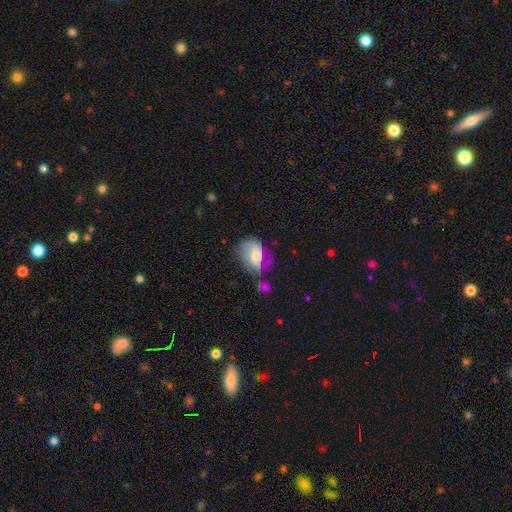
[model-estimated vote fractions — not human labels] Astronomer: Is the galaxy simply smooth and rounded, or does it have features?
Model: featured or disk — 55% (runner-up: smooth, 38%).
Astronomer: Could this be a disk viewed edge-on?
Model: no — 97%.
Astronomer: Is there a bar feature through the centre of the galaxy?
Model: no — 52% (runner-up: weak, 38%).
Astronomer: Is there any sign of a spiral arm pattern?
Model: yes — 82%.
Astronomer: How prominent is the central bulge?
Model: moderate — 46% (runner-up: small, 34%).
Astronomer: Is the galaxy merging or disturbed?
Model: none — 46% (runner-up: minor disturbance, 27%).